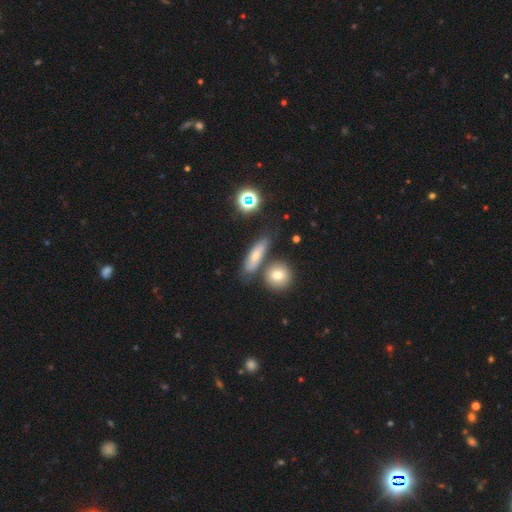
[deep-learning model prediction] Morphology: type=smooth (61%); roundness=in between (46%); merging=none (67%).